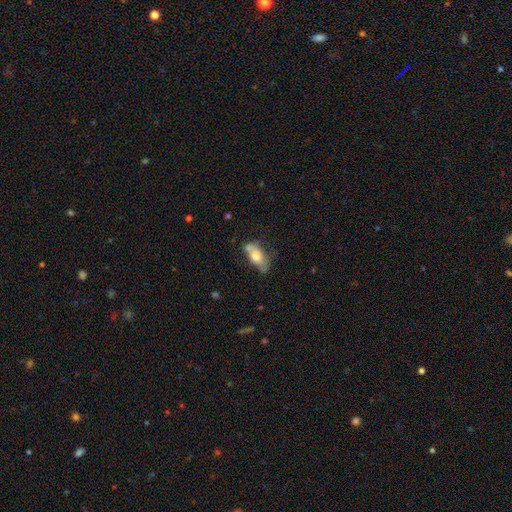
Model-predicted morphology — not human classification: Q: Smooth or featured?
A: smooth (62%); runner-up: featured or disk (31%)
Q: How rounded?
A: in between (82%); runner-up: cigar-shaped (14%)
Q: Merging?
A: none (49%); runner-up: minor disturbance (27%)